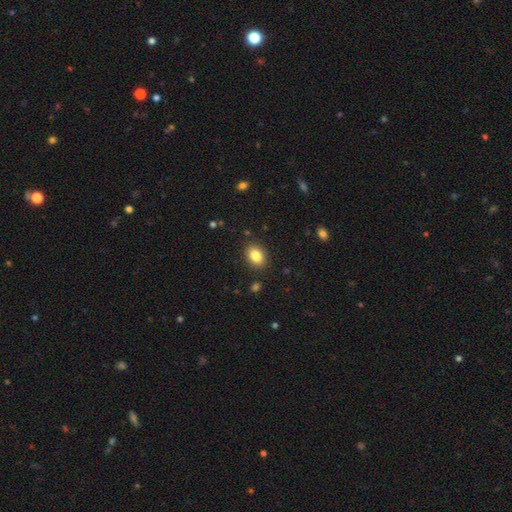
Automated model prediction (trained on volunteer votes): A smooth galaxy with no disk features (85%) that is in between round and cigar-shaped (72%).

Vote fractions:
- Smooth or featured? smooth: 85% / star or artifact: 9% / featured or disk: 6%
- How rounded? in between: 72% / round: 27% / cigar-shaped: 1%
- Merging? none: 87% / minor disturbance: 9% / major disturbance: 3% / merger: 1%